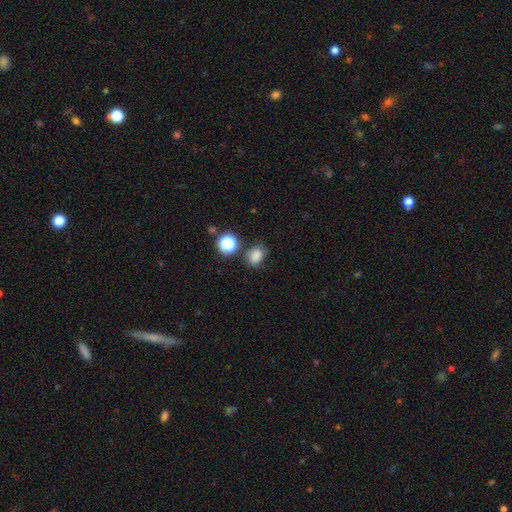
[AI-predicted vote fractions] smooth 81%, star or artifact 14%, featured or disk 5%. Down the decision tree: how rounded — in between (61%); merging — none (72%).